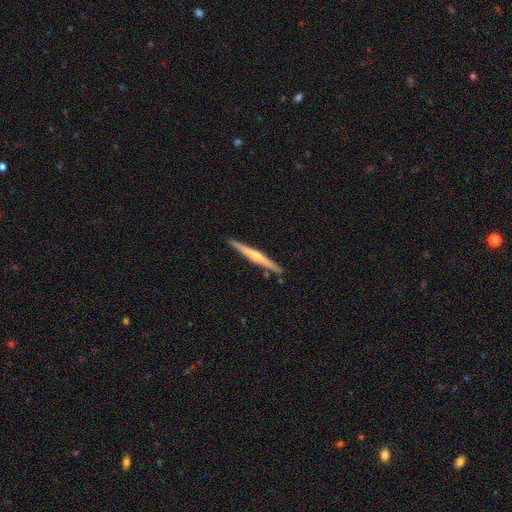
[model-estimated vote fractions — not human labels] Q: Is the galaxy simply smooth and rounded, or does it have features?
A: featured or disk — 68%.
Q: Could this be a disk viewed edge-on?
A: yes — 98%.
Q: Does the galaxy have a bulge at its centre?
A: rounded — 77%.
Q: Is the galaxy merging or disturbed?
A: none — 90%.